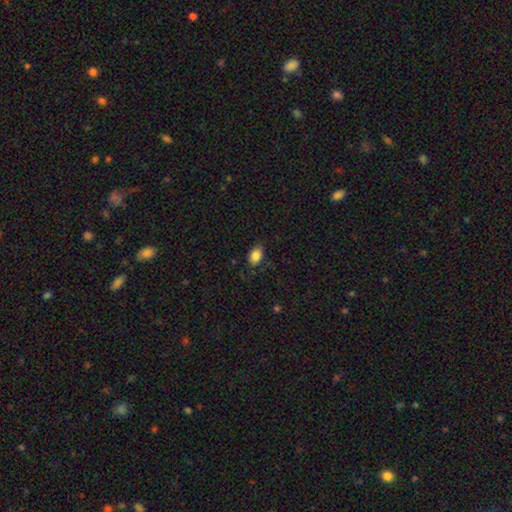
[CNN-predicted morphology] Smooth or featured? smooth (85%)
How rounded? in between (83%)
Merging? none (79%)